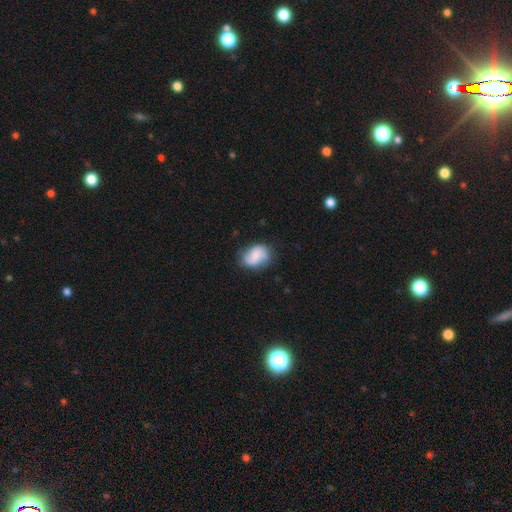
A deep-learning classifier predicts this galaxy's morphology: The model was most divided on "smooth or featured": smooth: 51%, featured or disk: 41%, star or artifact: 8%. More confident: merging — none (71%); how rounded — in between (65%).